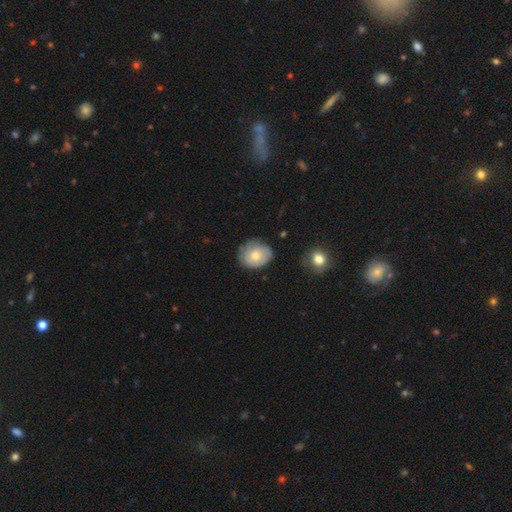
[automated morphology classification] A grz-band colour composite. It shows a smooth galaxy with no disk features (67%) that is round (65%). Merging: none (69%).